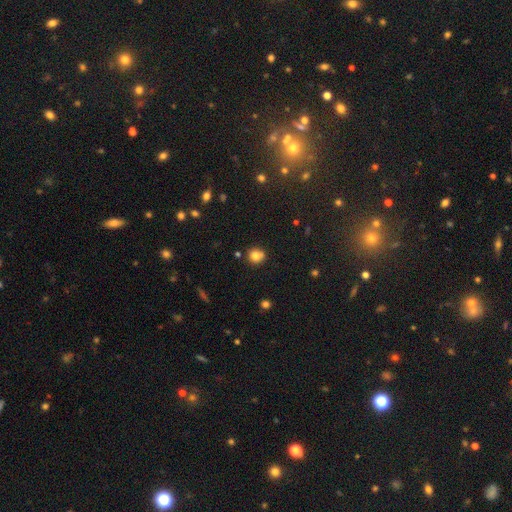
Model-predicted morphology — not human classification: The model was most divided on "merging": none: 71%, minor disturbance: 14%, merger: 12%, major disturbance: 3%. More confident: how rounded — round (85%); smooth or featured — smooth (79%).